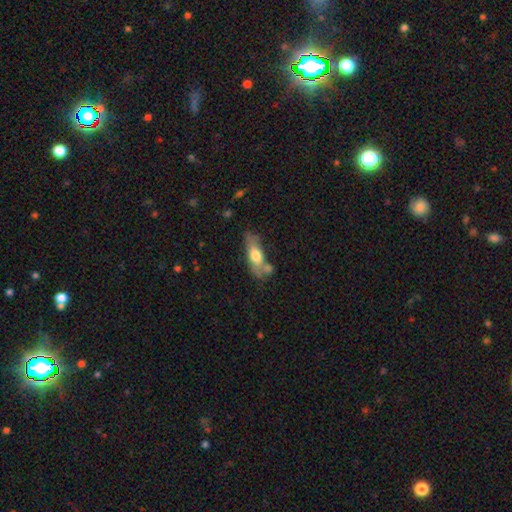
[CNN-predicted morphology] type=smooth (59%); roundness=in between (64%); merging=none (50%).